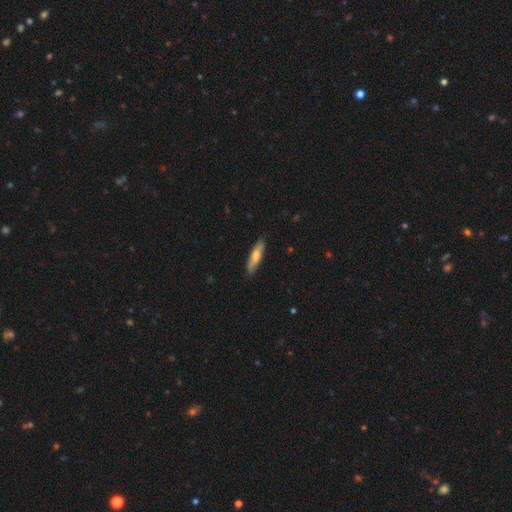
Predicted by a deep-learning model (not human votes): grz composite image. It shows a smooth galaxy with no disk features (69%) that is cigar-shaped (72%). Merging: none (86%).